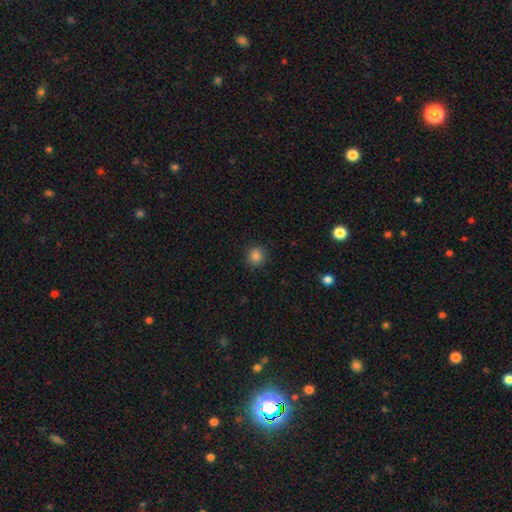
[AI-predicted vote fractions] Smooth or featured? smooth (85%)
How rounded? round (90%)
Merging? none (89%)